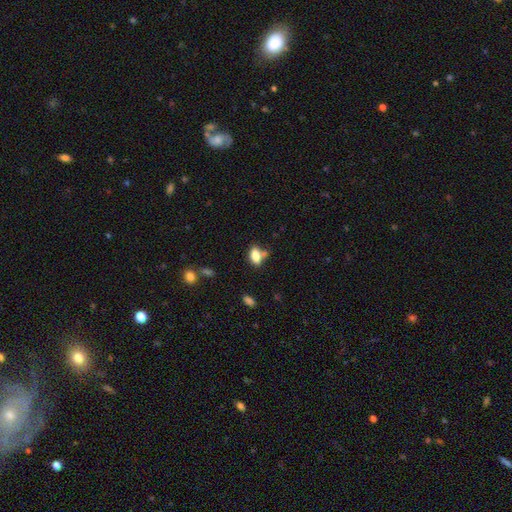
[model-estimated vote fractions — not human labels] smooth-or-featured: smooth: 79% | featured or disk: 11% | star or artifact: 9%
  how-rounded: in between: 86% | round: 8% | cigar-shaped: 6%
  merging: none: 59% | minor disturbance: 18% | merger: 17% | major disturbance: 6%